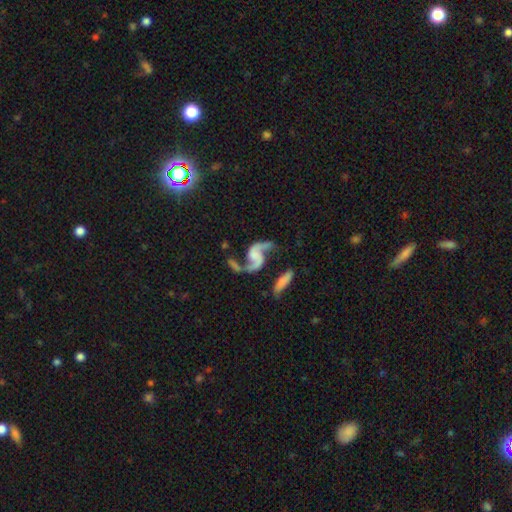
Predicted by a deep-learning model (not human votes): Morphology: type=featured or disk (88%); edge-on=no (97%); bar=no (56%); spiral arms=yes (96%); winding=loose (80%); arm count=2 (92%); bulge=none (56%); merging=none (53%).